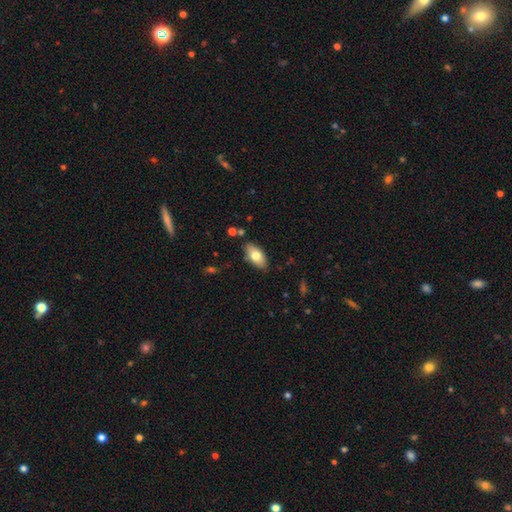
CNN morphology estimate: Smooth or featured?
  - smooth: 73% *
  - featured or disk: 21%
  - star or artifact: 7%
How rounded?
  - in between: 91% *
  - cigar-shaped: 6%
  - round: 3%
Merging?
  - none: 84% *
  - minor disturbance: 11%
  - major disturbance: 2%
  - merger: 2%